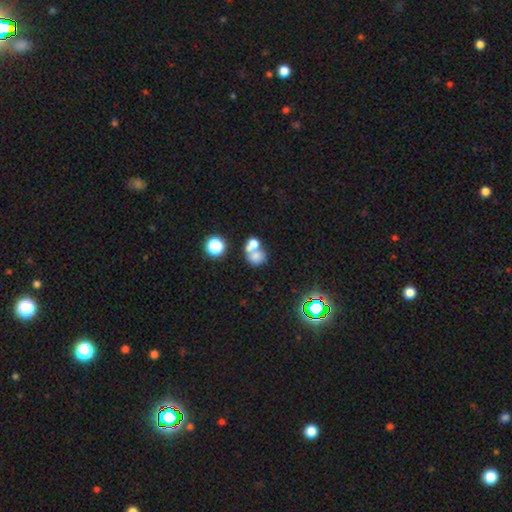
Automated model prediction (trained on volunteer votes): Overall: smooth (67%). How rounded: round (67%; in between 32%). Merging: merger (59%; none 29%).